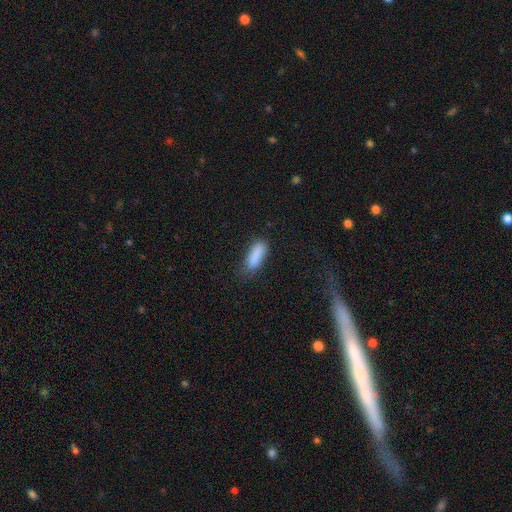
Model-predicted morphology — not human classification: Smooth or featured? smooth (86%)
How rounded? in between (63%)
Merging? none (66%)